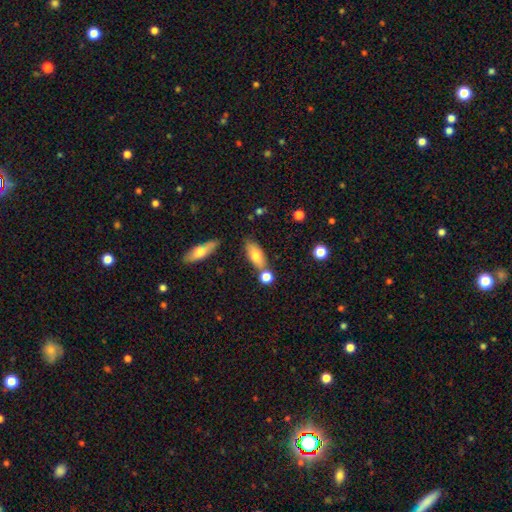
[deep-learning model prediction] smooth_or_featured: smooth (p=0.73) [alt: featured or disk p=0.19]
how_rounded: in between (p=0.74) [alt: cigar-shaped p=0.22]
merging: none (p=0.65) [alt: merger p=0.17]